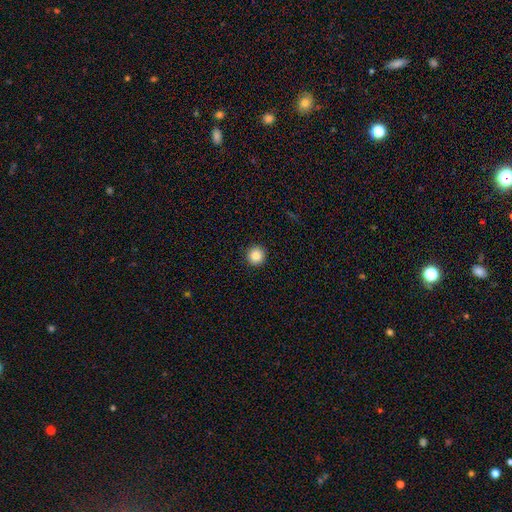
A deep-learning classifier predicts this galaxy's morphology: Smooth or featured: smooth — 86% (star or artifact — 10%)
How rounded: round — 95% (in between — 4%)
Merging: none — 93% (minor disturbance — 4%)